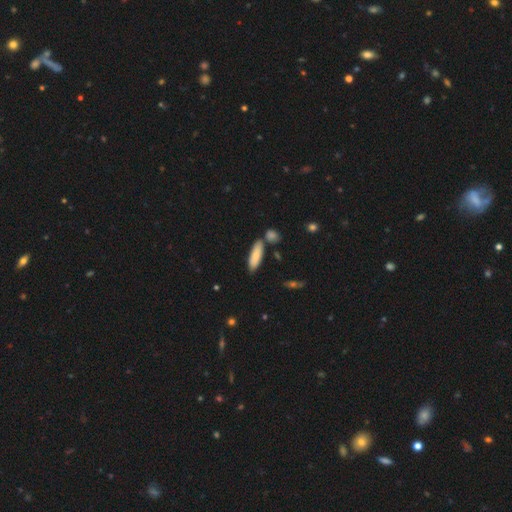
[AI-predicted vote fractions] smooth 83%, featured or disk 11%, star or artifact 6%. Down the decision tree: how rounded — cigar-shaped (50%); merging — none (76%).